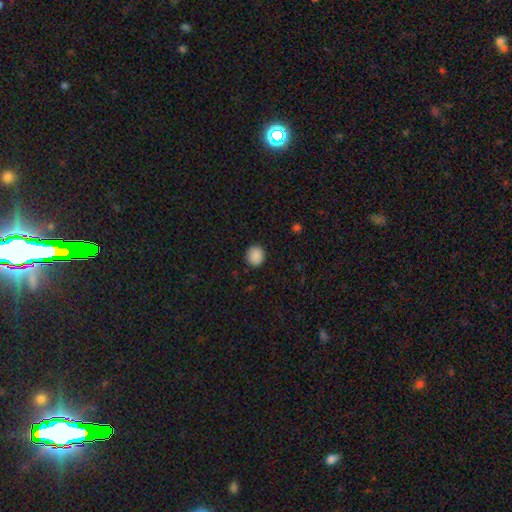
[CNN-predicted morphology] smooth_or_featured: smooth (p=0.89) [alt: star or artifact p=0.09]
how_rounded: round (p=0.87) [alt: in between p=0.12]
merging: none (p=0.90) [alt: minor disturbance p=0.07]